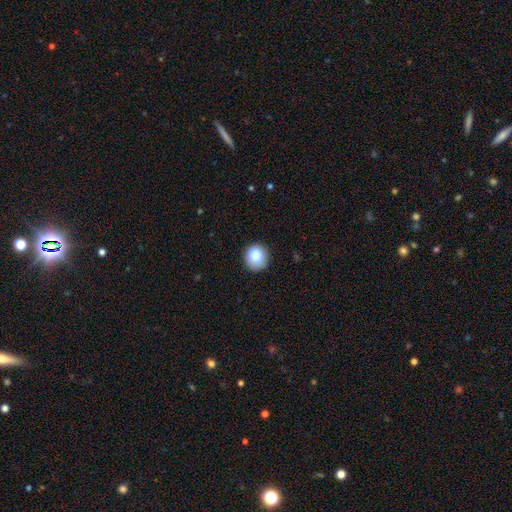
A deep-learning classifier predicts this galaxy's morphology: Smooth or featured: smooth — 85% (star or artifact — 9%)
How rounded: round — 90% (in between — 9%)
Merging: none — 86% (minor disturbance — 11%)